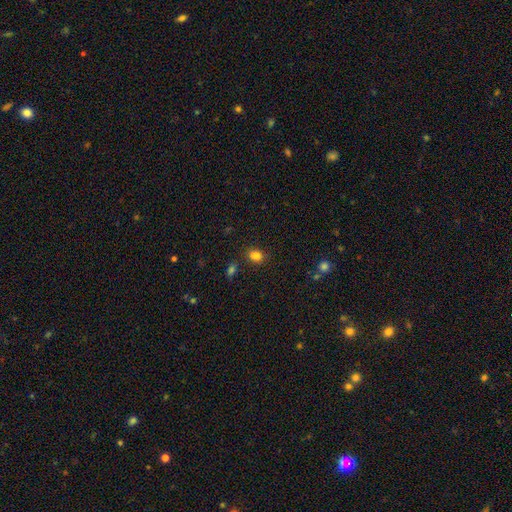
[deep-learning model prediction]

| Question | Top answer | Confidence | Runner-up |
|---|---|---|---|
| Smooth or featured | smooth | 81% | star or artifact (14%) |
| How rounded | in between | 72% | round (27%) |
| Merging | none | 75% | minor disturbance (13%) |